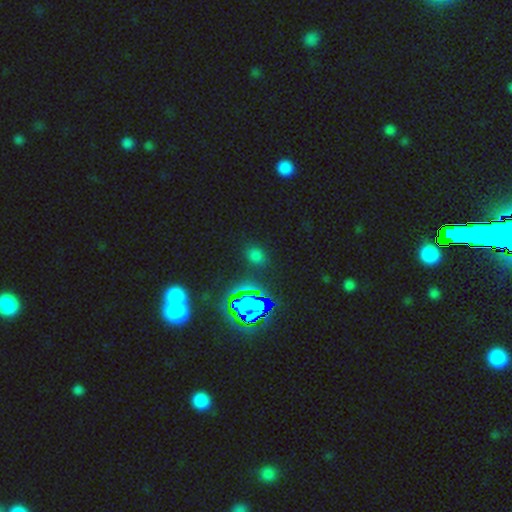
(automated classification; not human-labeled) smooth_or_featured: star or artifact (p=0.45) [tied with: smooth p=0.45]